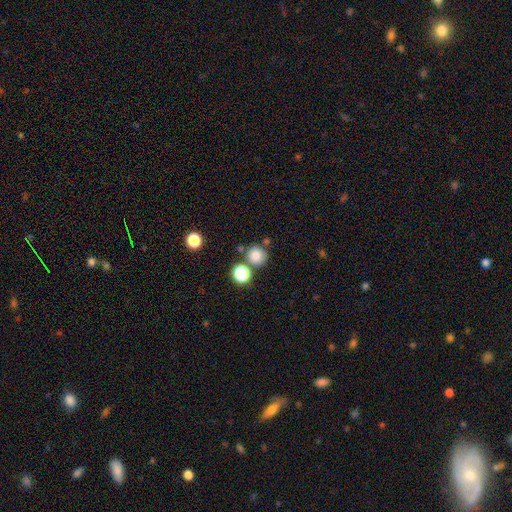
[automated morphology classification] This appears to be a smooth galaxy with no disk features (79%) that is round (88%). Merging: none (68%).